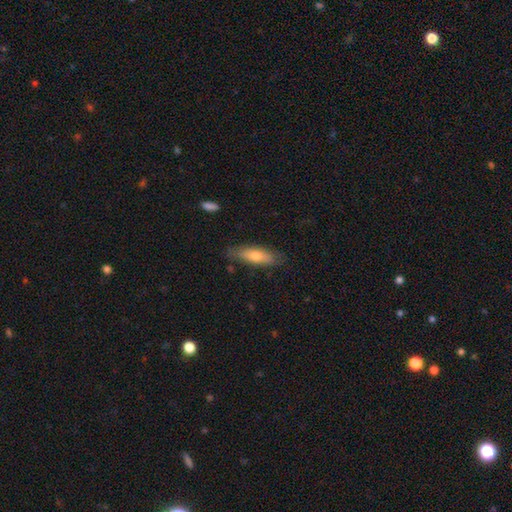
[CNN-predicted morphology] A smooth galaxy with no disk features (61%) that is cigar-shaped (61%).

Vote fractions:
- Smooth or featured? smooth: 61% / featured or disk: 32% / star or artifact: 7%
- How rounded? cigar-shaped: 61% / in between: 37% / round: 2%
- Merging? none: 81% / minor disturbance: 15% / major disturbance: 3% / merger: 1%